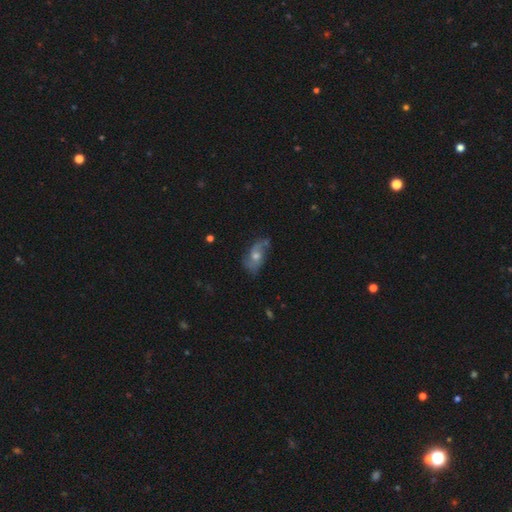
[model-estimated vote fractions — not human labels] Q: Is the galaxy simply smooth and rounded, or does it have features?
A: featured or disk — 64%.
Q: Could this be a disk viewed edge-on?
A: no — 92%.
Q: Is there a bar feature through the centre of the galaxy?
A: no — 71%.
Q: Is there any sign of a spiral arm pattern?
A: yes — 83%.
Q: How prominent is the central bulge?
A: moderate — 61%.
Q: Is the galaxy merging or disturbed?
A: none — 62%.